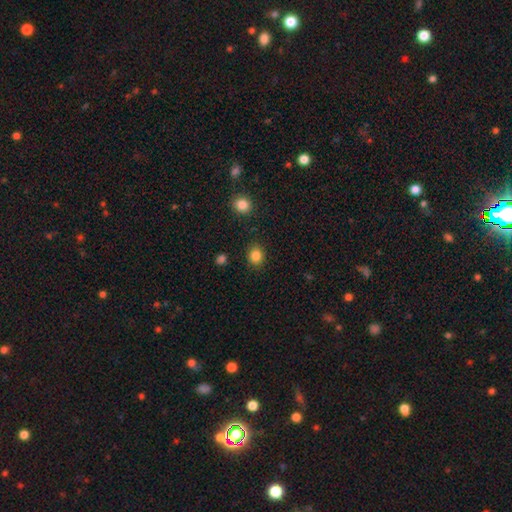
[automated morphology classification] Q: Smooth or featured?
A: smooth (85%); runner-up: star or artifact (11%)
Q: How rounded?
A: round (73%); runner-up: in between (26%)
Q: Merging?
A: none (88%); runner-up: minor disturbance (8%)